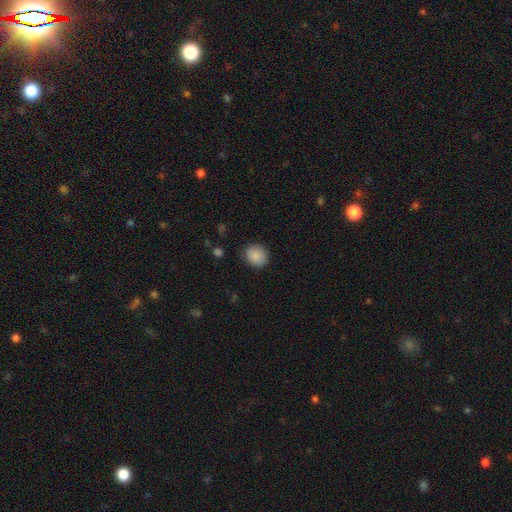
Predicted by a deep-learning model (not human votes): smooth-or-featured: smooth: 88% | star or artifact: 8% | featured or disk: 4%
  how-rounded: round: 79% | in between: 21% | cigar-shaped: 1%
  merging: none: 88% | minor disturbance: 9% | major disturbance: 2% | merger: 1%